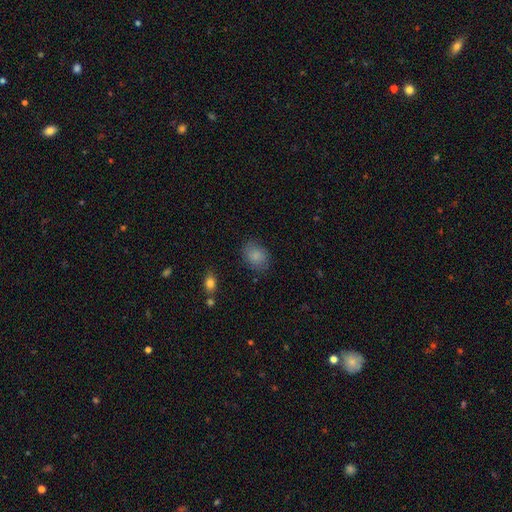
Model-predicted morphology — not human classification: This appears to be a smooth galaxy with no disk features (83%) that is in between round and cigar-shaped (66%). Merging: none (78%).